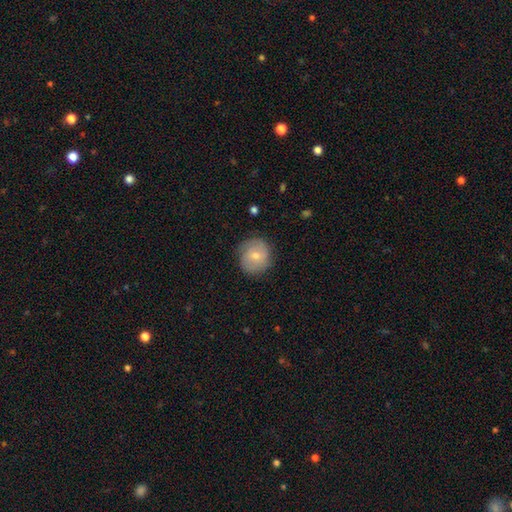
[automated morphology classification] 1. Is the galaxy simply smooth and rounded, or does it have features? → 59% smooth, 34% featured or disk, 7% star or artifact.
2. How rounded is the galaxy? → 86% round, 13% in between, 1% cigar-shaped.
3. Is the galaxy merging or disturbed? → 76% none, 18% minor disturbance, 5% major disturbance, 1% merger.